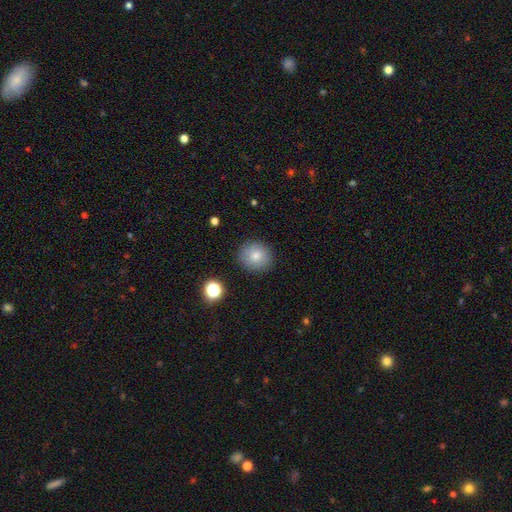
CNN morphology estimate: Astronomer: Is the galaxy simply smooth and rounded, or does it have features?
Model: smooth — 78%.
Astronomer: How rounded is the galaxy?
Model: round — 86%.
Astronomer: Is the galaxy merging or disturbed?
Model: none — 86%.